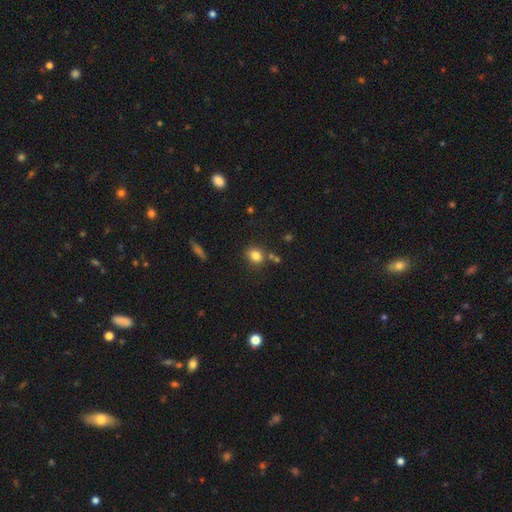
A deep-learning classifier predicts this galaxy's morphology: This appears to be a smooth galaxy with no disk features (82%) that is round (61%). Merging: none (74%).